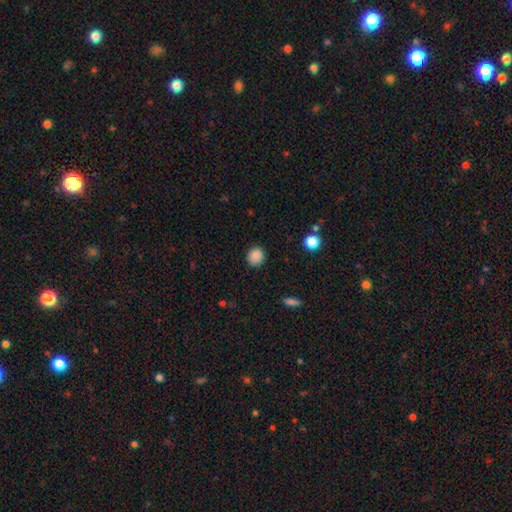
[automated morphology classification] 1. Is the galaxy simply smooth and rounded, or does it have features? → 87% smooth, 9% star or artifact, 4% featured or disk.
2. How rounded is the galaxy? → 87% round, 12% in between, 1% cigar-shaped.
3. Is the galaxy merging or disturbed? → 87% none, 10% minor disturbance, 2% major disturbance, 1% merger.